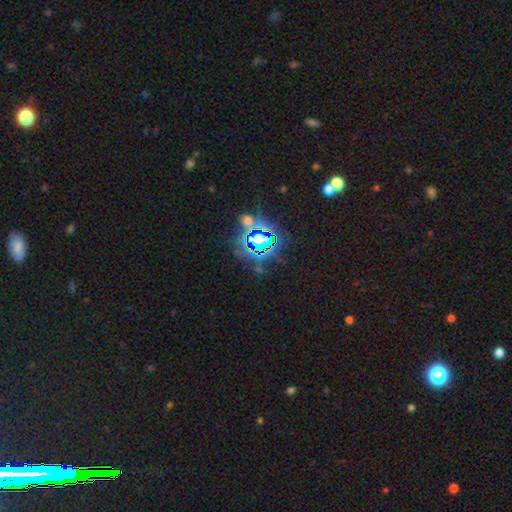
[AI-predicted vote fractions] Smooth or featured?
  - star or artifact: 80% *
  - smooth: 13%
  - featured or disk: 7%